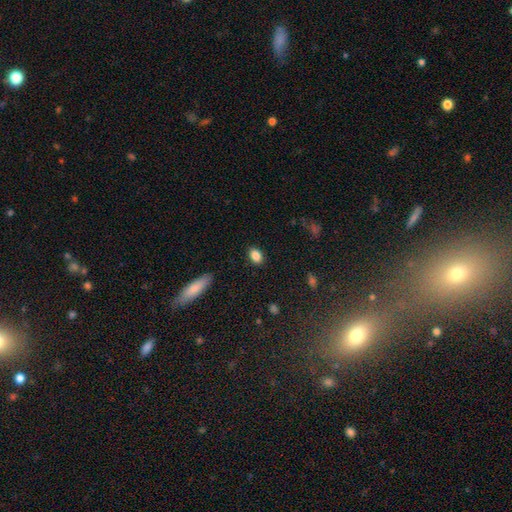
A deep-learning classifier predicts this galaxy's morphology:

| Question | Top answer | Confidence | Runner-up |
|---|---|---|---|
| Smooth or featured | smooth | 86% | star or artifact (9%) |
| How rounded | in between | 78% | round (20%) |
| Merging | none | 87% | minor disturbance (10%) |